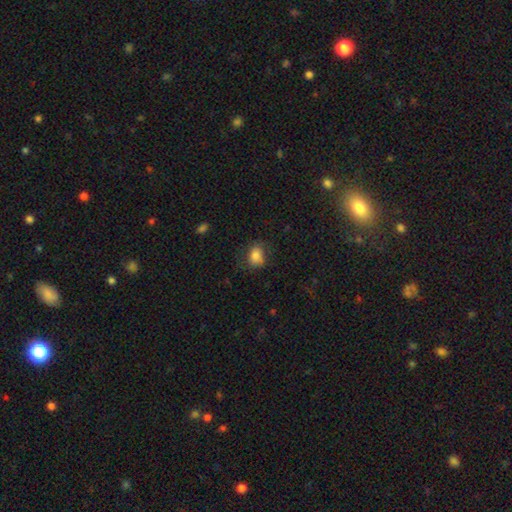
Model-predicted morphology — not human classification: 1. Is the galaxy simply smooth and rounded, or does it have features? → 82% smooth, 9% star or artifact, 9% featured or disk.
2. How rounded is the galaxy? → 64% in between, 35% round, 1% cigar-shaped.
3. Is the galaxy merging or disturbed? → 68% none, 21% minor disturbance, 9% major disturbance, 1% merger.